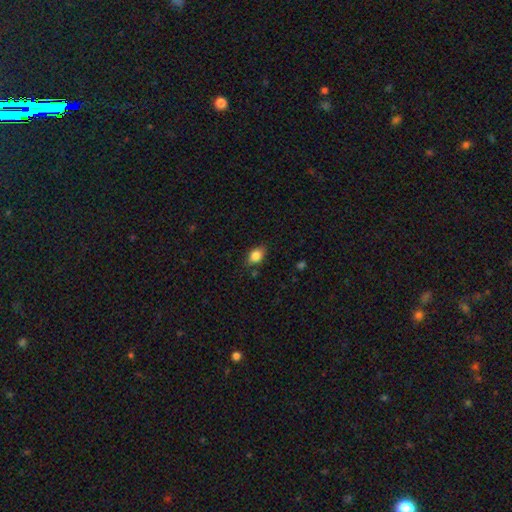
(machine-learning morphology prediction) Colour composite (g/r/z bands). It shows a smooth galaxy with no disk features (85%) that is in between round and cigar-shaped (75%). Merging: none (78%).